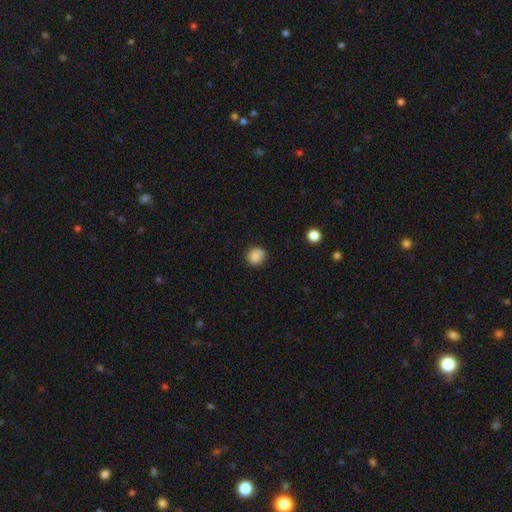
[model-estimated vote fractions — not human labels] Q: Smooth or featured?
A: smooth (87%); runner-up: star or artifact (10%)
Q: How rounded?
A: round (76%); runner-up: in between (23%)
Q: Merging?
A: none (86%); runner-up: minor disturbance (11%)